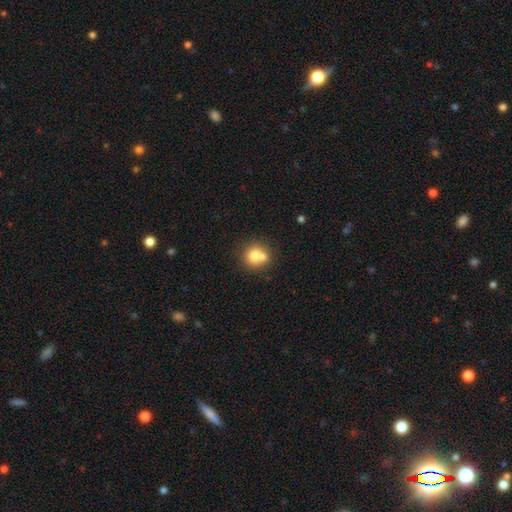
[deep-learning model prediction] Smooth or featured? Predicted: smooth (p=0.73). How rounded? Predicted: round (p=0.84). Merging? Predicted: none (p=0.46).